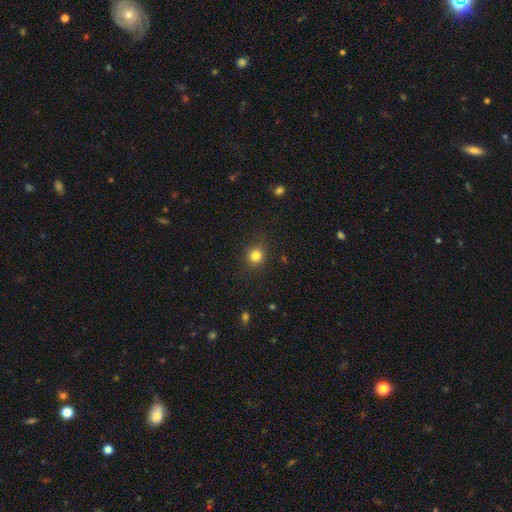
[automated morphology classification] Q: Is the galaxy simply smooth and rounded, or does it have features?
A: smooth — 82%.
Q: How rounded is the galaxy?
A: round — 85%.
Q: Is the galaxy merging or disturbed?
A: none — 88%.